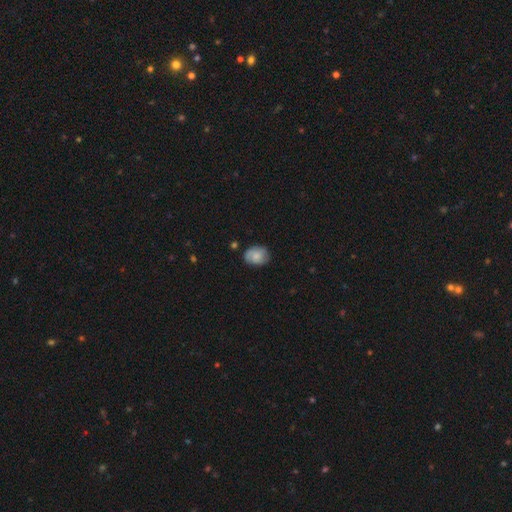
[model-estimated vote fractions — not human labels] Smooth or featured?
  - smooth: 67% *
  - featured or disk: 25%
  - star or artifact: 7%
How rounded?
  - in between: 59% *
  - round: 40%
  - cigar-shaped: 1%
Merging?
  - none: 74% *
  - minor disturbance: 20%
  - major disturbance: 4%
  - merger: 2%